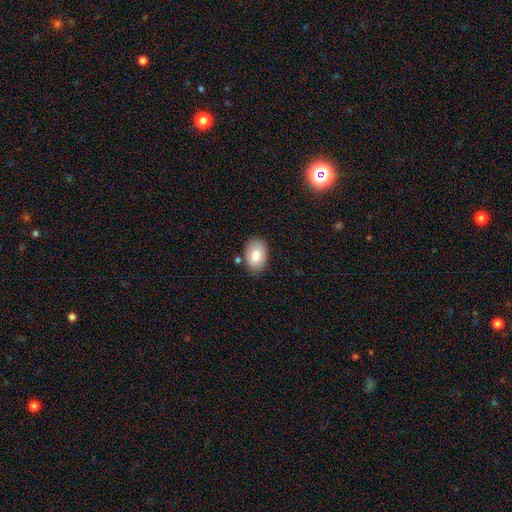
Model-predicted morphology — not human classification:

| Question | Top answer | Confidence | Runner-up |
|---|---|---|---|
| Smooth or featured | smooth | 79% | featured or disk (14%) |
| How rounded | in between | 87% | round (12%) |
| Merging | none | 79% | minor disturbance (15%) |